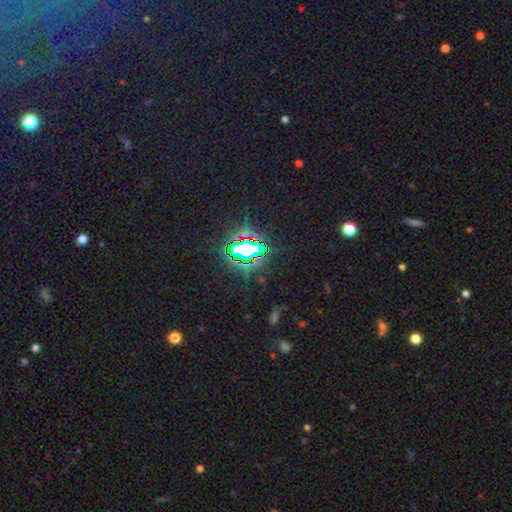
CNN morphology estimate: Smooth or featured?
  - star or artifact: 80% *
  - smooth: 13%
  - featured or disk: 8%